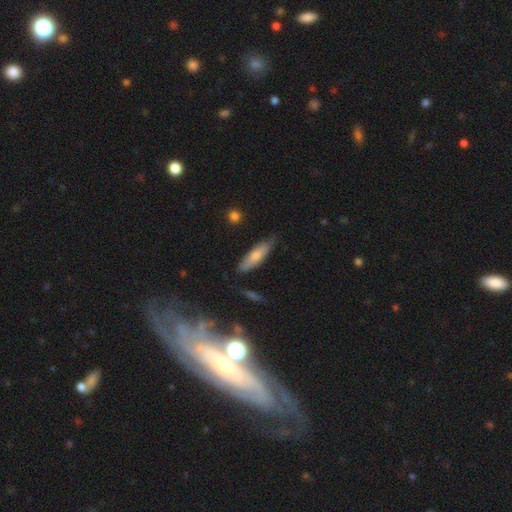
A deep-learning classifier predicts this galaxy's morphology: type=smooth (66%); roundness=cigar-shaped (56%); merging=none (72%).